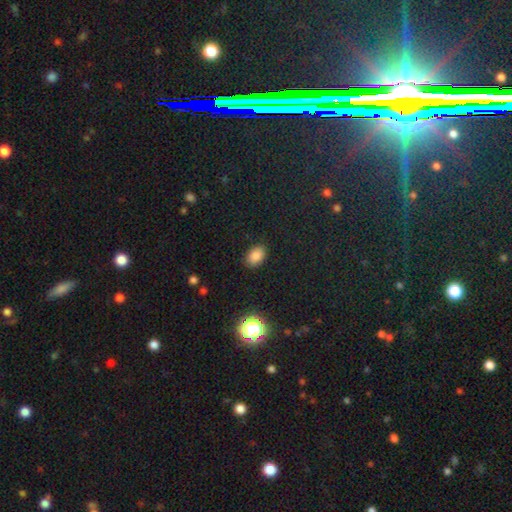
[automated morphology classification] smooth 82%, star or artifact 13%, featured or disk 5%. Down the decision tree: how rounded — in between (83%); merging — none (84%).